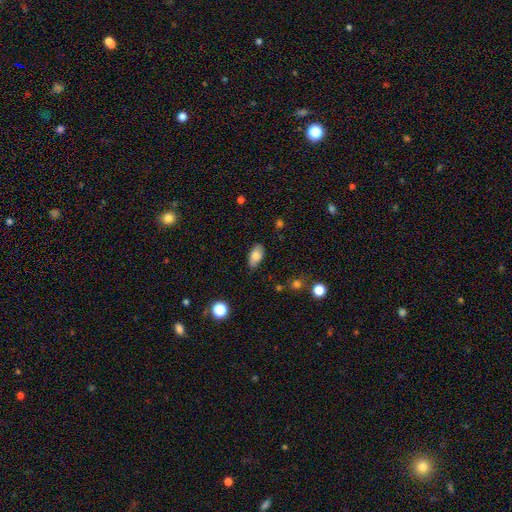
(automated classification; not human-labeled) The model was most divided on "merging": none: 82%, minor disturbance: 14%, major disturbance: 3%, merger: 1%. More confident: how rounded — in between (92%); smooth or featured — smooth (81%).